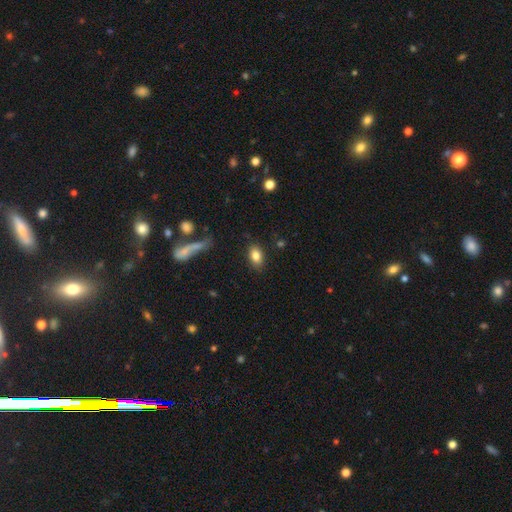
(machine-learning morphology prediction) This is clearly a smooth galaxy (82%). How rounded: clearly in between (85%). Merging: clearly none (84%).